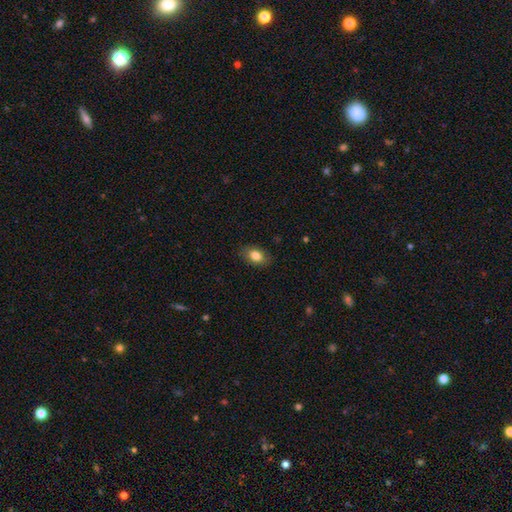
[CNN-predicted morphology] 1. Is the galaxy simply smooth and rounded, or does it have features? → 82% smooth, 10% featured or disk, 8% star or artifact.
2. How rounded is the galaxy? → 85% in between, 13% round, 1% cigar-shaped.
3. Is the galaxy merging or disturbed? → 85% none, 12% minor disturbance, 3% major disturbance, 1% merger.